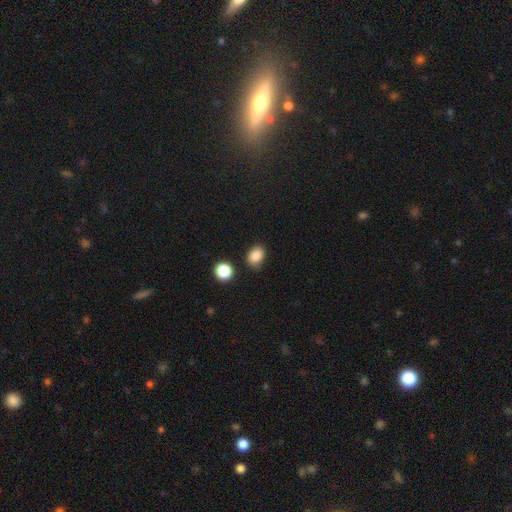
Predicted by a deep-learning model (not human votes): The model was most divided on "how rounded": in between: 66%, round: 33%, cigar-shaped: 1%. More confident: smooth or featured — smooth (86%); merging — none (76%).